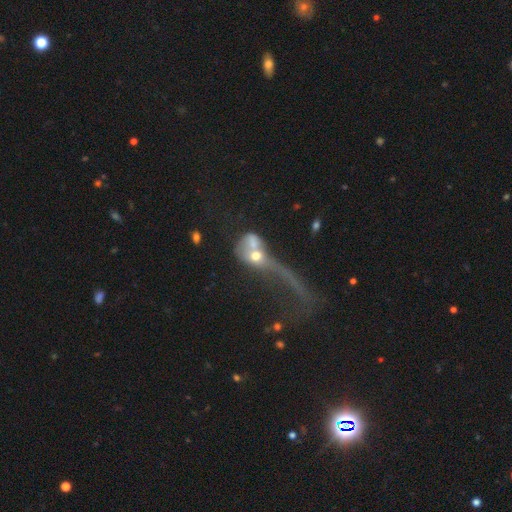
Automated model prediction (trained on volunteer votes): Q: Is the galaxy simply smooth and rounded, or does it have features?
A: featured or disk — 45%, tied with smooth.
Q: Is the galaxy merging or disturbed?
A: merger — 45%.